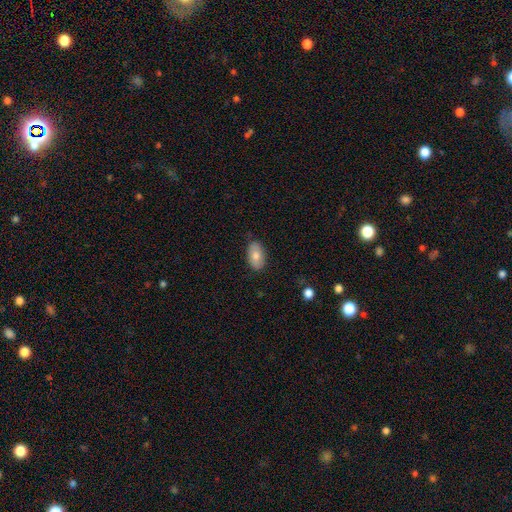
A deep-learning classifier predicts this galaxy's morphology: Q: Smooth or featured?
A: smooth (77%); runner-up: featured or disk (16%)
Q: How rounded?
A: in between (93%); runner-up: round (5%)
Q: Merging?
A: none (83%); runner-up: minor disturbance (14%)